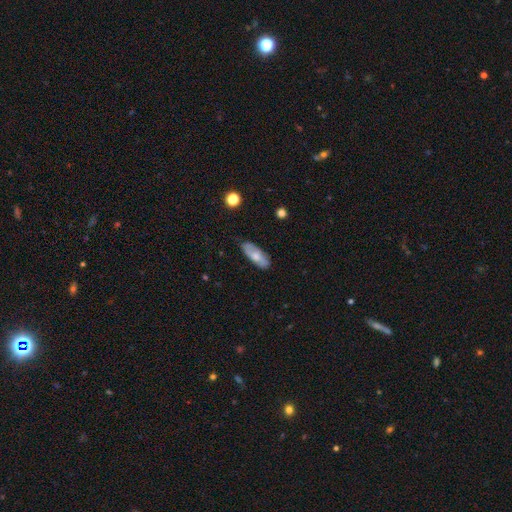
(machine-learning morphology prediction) The model was most divided on "smooth or featured": smooth: 61%, featured or disk: 33%, star or artifact: 6%. More confident: merging — none (80%); how rounded — in between (73%).